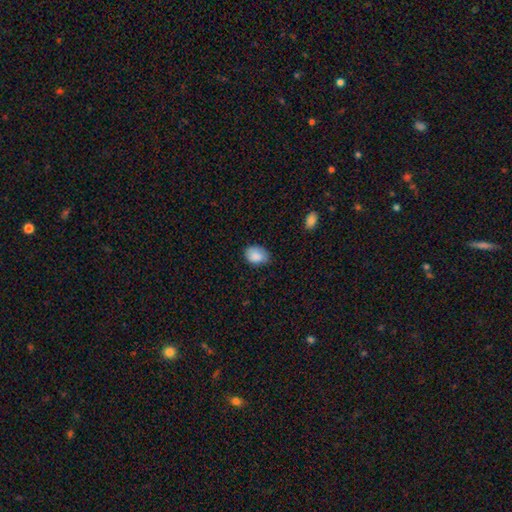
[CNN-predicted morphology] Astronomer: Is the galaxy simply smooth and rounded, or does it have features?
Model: smooth — 85%.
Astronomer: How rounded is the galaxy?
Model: in between — 71%.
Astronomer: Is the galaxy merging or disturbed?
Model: none — 67%.